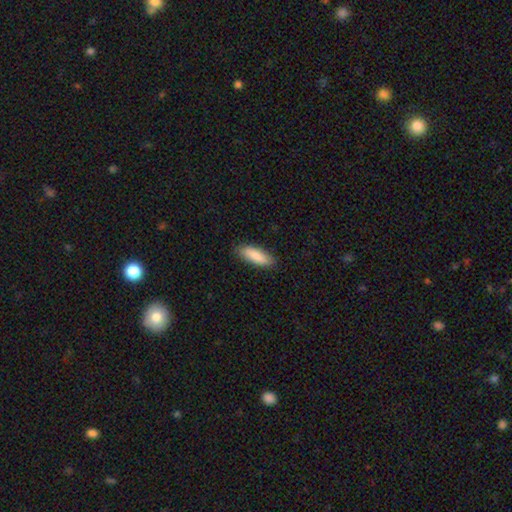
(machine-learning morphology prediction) smooth-or-featured: smooth: 87% | featured or disk: 8% | star or artifact: 5%
  how-rounded: in between: 62% | cigar-shaped: 37% | round: 2%
  merging: none: 87% | minor disturbance: 10% | major disturbance: 2% | merger: 1%